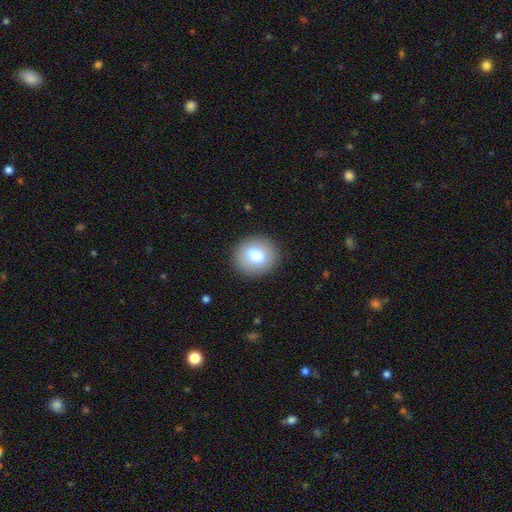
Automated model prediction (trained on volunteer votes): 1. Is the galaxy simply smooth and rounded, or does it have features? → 78% smooth, 14% featured or disk, 8% star or artifact.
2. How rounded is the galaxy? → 81% round, 18% in between, 1% cigar-shaped.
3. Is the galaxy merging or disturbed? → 89% none, 8% minor disturbance, 3% major disturbance, 1% merger.